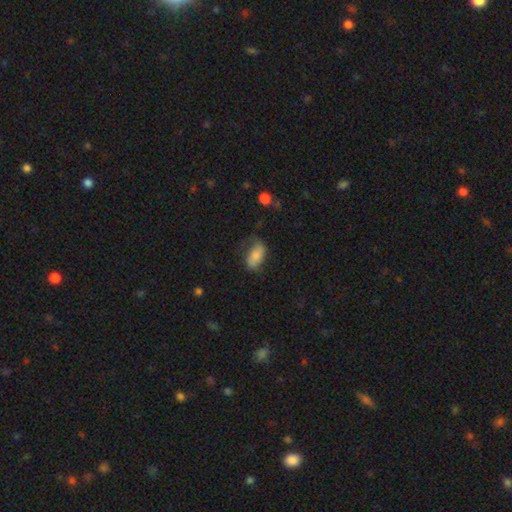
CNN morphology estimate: Smooth or featured: smooth — 78% (featured or disk — 15%)
How rounded: in between — 91% (cigar-shaped — 5%)
Merging: none — 57% (minor disturbance — 29%)